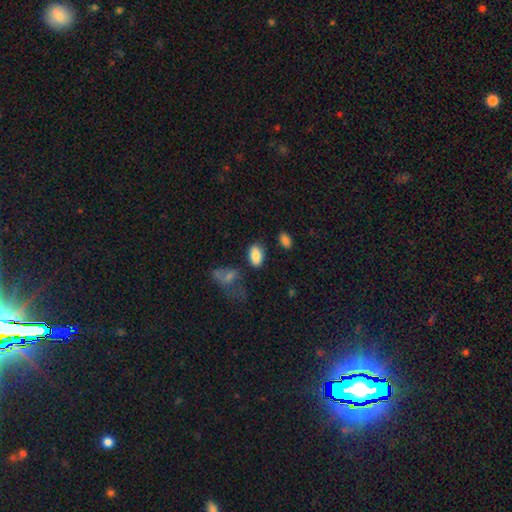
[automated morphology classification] The model was most divided on "merging": none: 74%, minor disturbance: 15%, merger: 6%, major disturbance: 5%. More confident: how rounded — in between (91%); smooth or featured — smooth (85%).